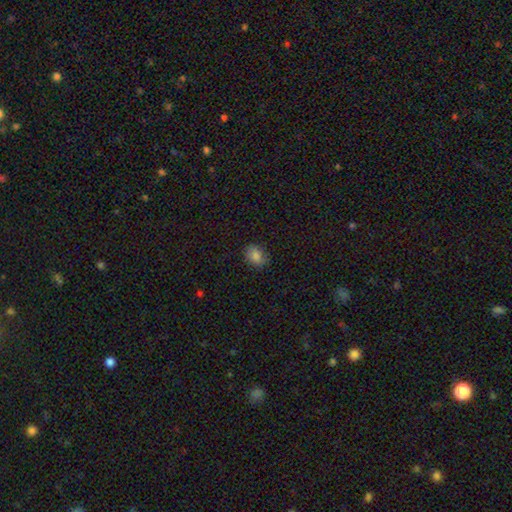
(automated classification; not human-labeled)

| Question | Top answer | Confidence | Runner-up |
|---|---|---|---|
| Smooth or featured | smooth | 84% | star or artifact (10%) |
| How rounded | in between | 69% | round (30%) |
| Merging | none | 81% | minor disturbance (15%) |